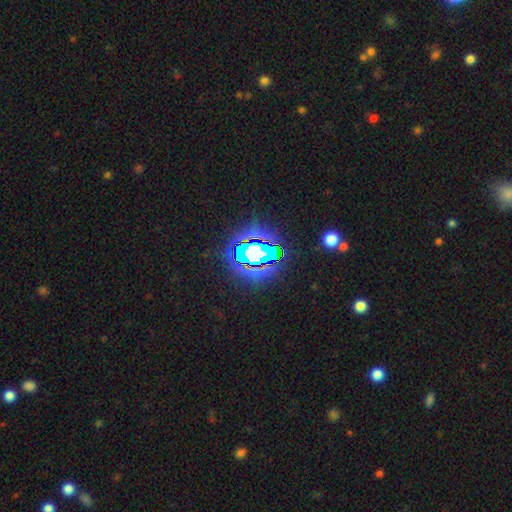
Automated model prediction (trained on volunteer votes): Smooth or featured: star or artifact — 57% (smooth — 22%)